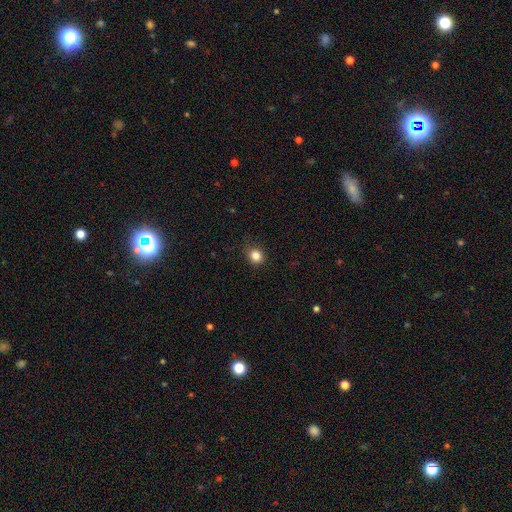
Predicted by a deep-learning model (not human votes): Morphology: type=smooth (84%); roundness=round (84%); merging=none (85%).